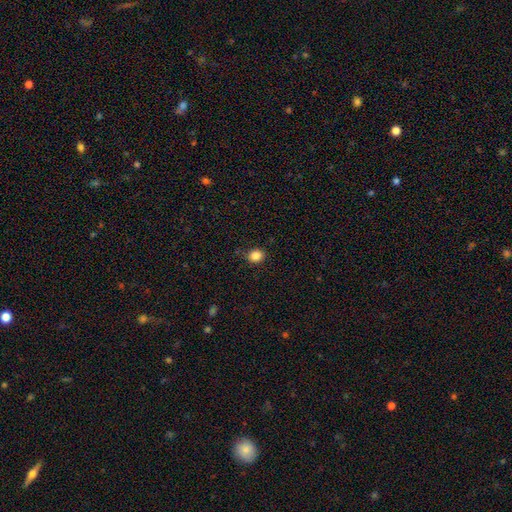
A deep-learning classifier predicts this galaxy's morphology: Smooth or featured? smooth (85%)
How rounded? round (69%)
Merging? none (85%)